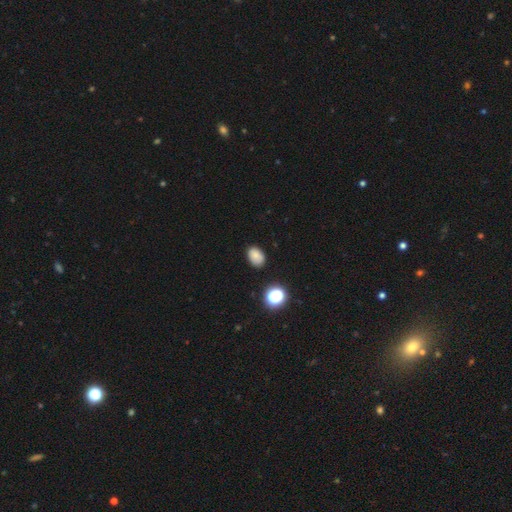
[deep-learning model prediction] Q: Smooth or featured?
A: smooth (81%); runner-up: star or artifact (13%)
Q: How rounded?
A: in between (83%); runner-up: round (16%)
Q: Merging?
A: none (81%); runner-up: minor disturbance (14%)